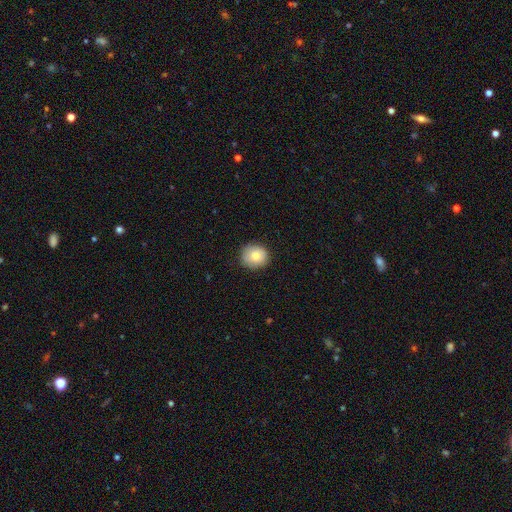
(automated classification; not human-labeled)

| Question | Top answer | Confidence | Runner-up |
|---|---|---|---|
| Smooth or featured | smooth | 79% | featured or disk (13%) |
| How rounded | round | 86% | in between (13%) |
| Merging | none | 84% | minor disturbance (12%) |